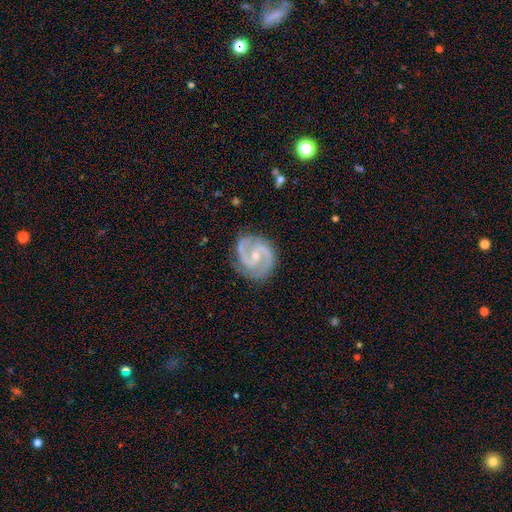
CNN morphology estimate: Overall: featured or disk (93%). Edge-on disk: no (98%). Bar: weak (44%; no 41%). Spiral arms: yes (98%). Spiral arm count: 2 (92%). Spiral winding: medium (60%; tight 31%). Bulge size: small (62%; moderate 34%). Merging: none (82%).